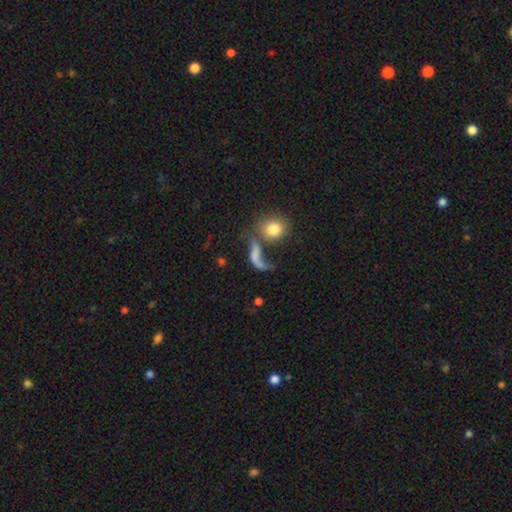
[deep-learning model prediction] A featured or disk galaxy (48%). Merging: major disturbance (30%).